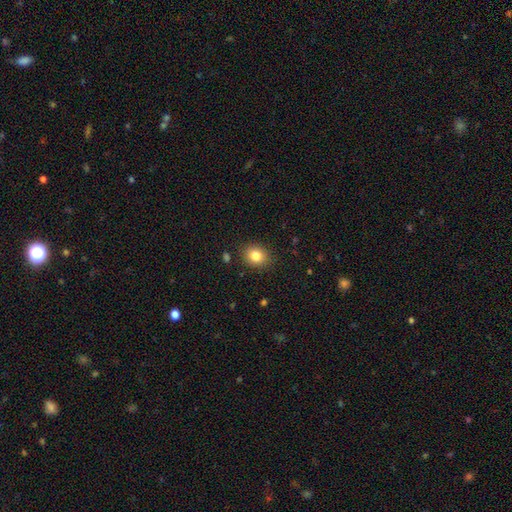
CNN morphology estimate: This appears to be a smooth galaxy with no disk features (83%) that is round (62%). Merging: none (88%).